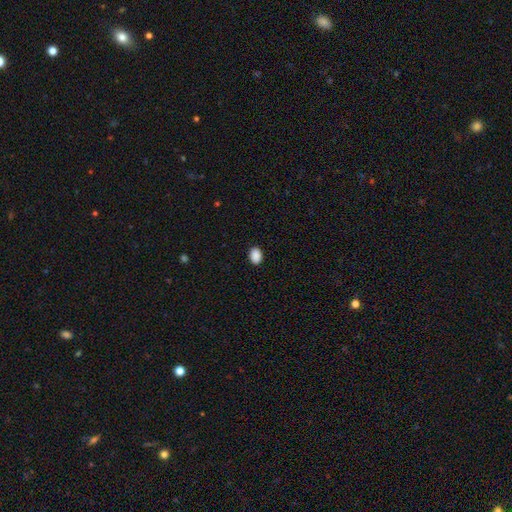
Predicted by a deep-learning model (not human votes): This appears to be a smooth galaxy with no disk features (90%) that is in between round and cigar-shaped (75%). Merging: none (90%).